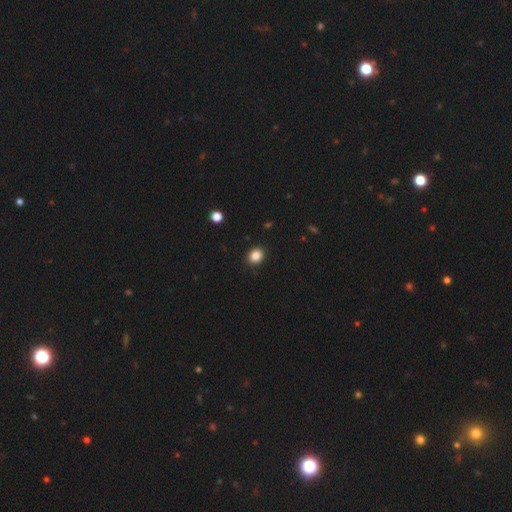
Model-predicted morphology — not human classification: smooth-or-featured: smooth: 86% | star or artifact: 10% | featured or disk: 4%
  how-rounded: round: 63% | in between: 36% | cigar-shaped: 1%
  merging: none: 90% | minor disturbance: 7% | major disturbance: 2% | merger: 1%